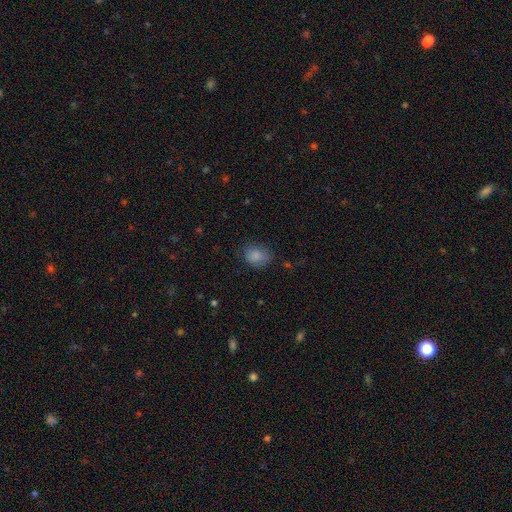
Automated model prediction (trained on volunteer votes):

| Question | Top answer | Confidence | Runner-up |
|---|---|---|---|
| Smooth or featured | smooth | 85% | star or artifact (9%) |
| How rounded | round | 54% | in between (45%) |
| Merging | none | 74% | minor disturbance (19%) |